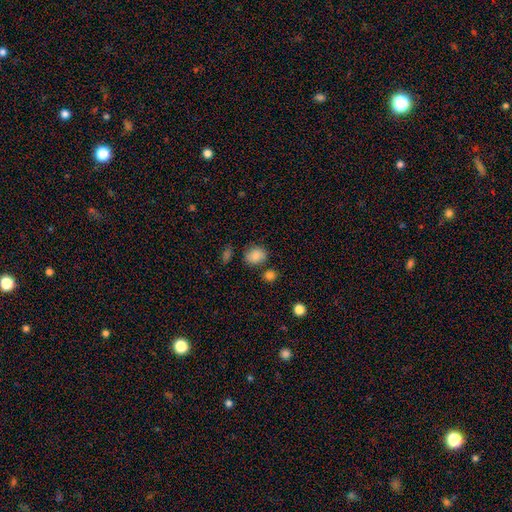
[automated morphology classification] The model was most divided on "how rounded": round: 65%, in between: 34%, cigar-shaped: 1%. More confident: smooth or featured — smooth (82%); merging — none (73%).